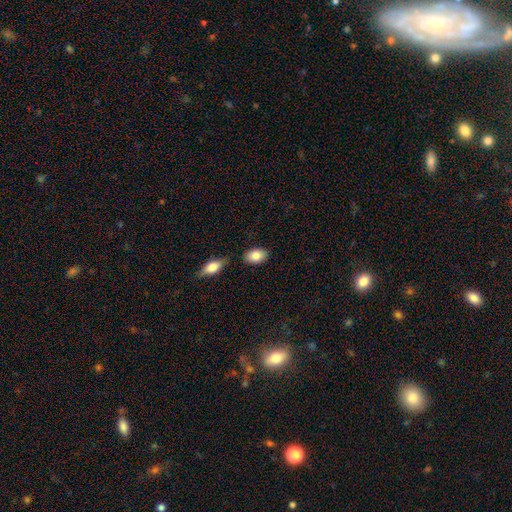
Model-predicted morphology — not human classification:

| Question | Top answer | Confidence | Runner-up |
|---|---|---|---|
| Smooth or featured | smooth | 85% | featured or disk (9%) |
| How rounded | in between | 90% | round (8%) |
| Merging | none | 81% | minor disturbance (11%) |